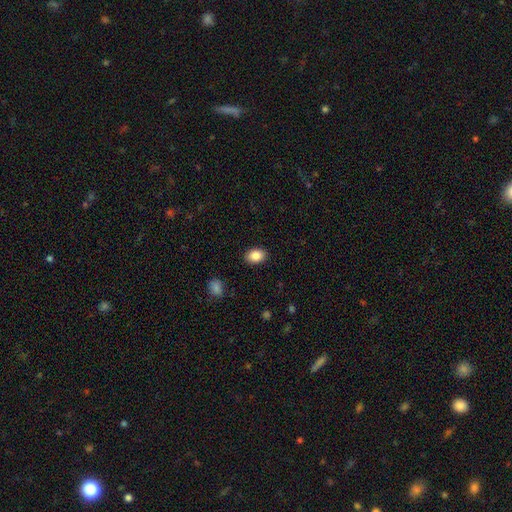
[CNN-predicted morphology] This is clearly a smooth galaxy (86%). How rounded: likely in between (79%). Merging: clearly none (89%).